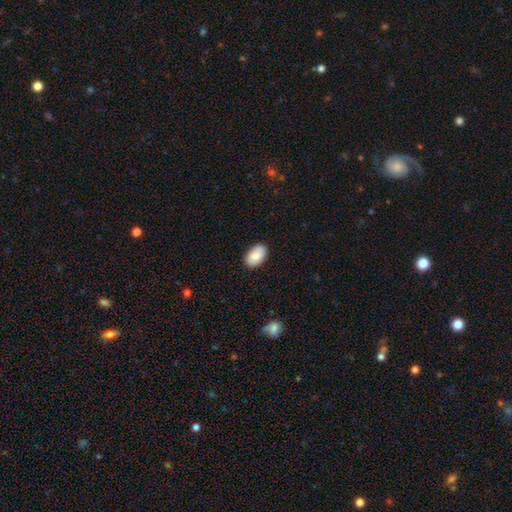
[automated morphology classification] This appears to be a smooth galaxy with no disk features (83%) that is in between round and cigar-shaped (92%). Merging: none (88%).